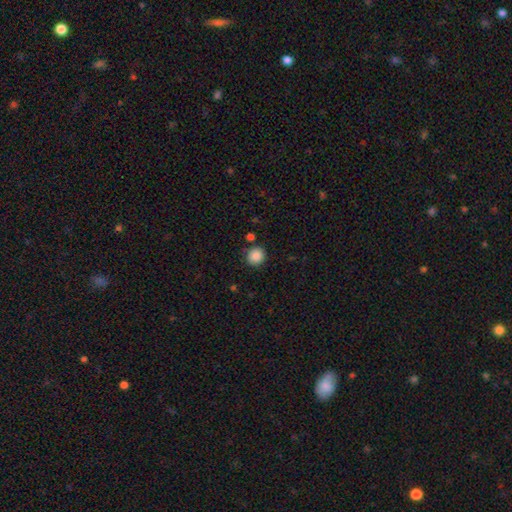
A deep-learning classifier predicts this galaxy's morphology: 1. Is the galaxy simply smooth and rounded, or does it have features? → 87% smooth, 9% star or artifact, 3% featured or disk.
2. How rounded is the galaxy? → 89% round, 10% in between, 1% cigar-shaped.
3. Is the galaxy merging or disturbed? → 83% none, 10% minor disturbance, 3% merger, 3% major disturbance.